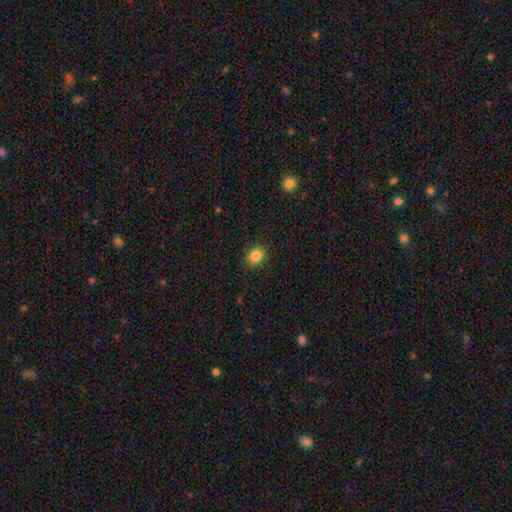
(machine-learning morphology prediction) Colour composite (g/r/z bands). It shows a smooth galaxy with no disk features (85%) that is in between round and cigar-shaped (59%). Merging: none (87%).